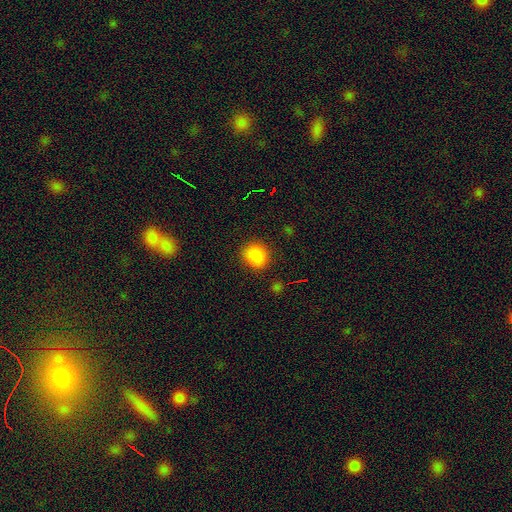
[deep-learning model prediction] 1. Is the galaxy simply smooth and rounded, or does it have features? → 85% smooth, 11% star or artifact, 3% featured or disk.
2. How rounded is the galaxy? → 71% round, 28% in between, 1% cigar-shaped.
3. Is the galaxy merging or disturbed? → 85% none, 10% minor disturbance, 3% major disturbance, 2% merger.